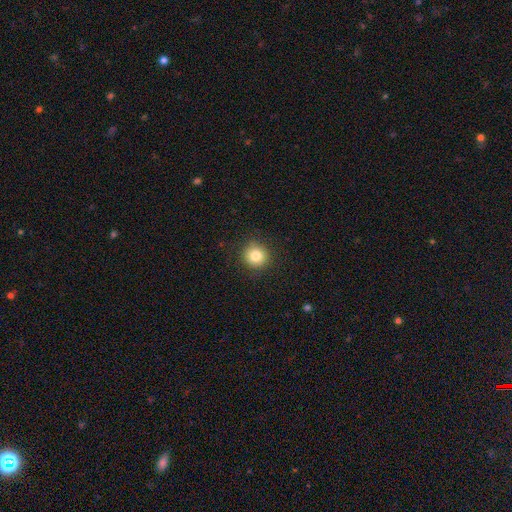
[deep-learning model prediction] smooth-or-featured: smooth: 83% | star or artifact: 11% | featured or disk: 7%
  how-rounded: round: 93% | in between: 6% | cigar-shaped: 1%
  merging: none: 90% | minor disturbance: 7% | major disturbance: 2% | merger: 1%